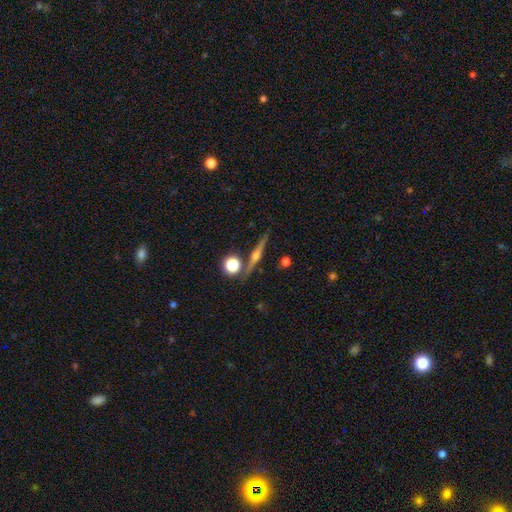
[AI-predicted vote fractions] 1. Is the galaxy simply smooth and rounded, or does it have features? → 74% featured or disk, 17% smooth, 8% star or artifact.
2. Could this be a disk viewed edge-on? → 98% yes, 2% no.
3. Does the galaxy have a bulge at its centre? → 92% rounded, 4% boxy, 4% none.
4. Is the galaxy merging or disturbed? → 86% none, 7% minor disturbance, 5% merger, 2% major disturbance.